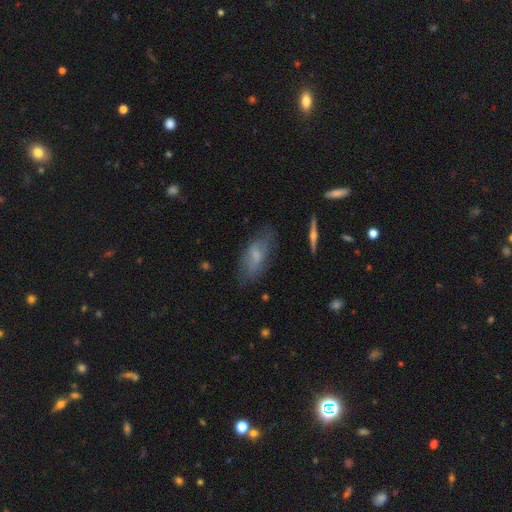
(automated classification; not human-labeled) Smooth or featured: smooth — 53% (featured or disk — 38%)
How rounded: in between — 80% (cigar-shaped — 17%)
Merging: none — 62% (minor disturbance — 25%)